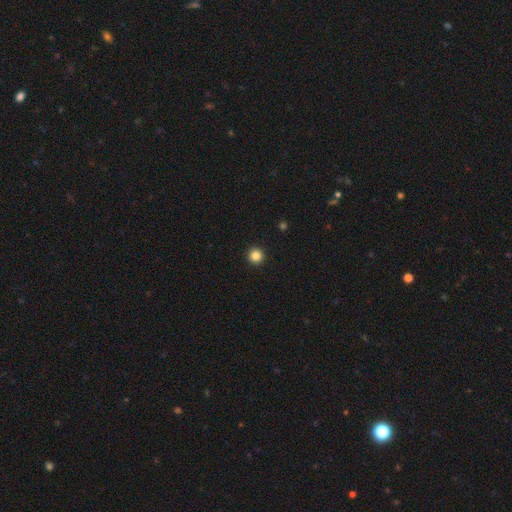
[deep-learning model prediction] smooth-or-featured: smooth: 85% | star or artifact: 12% | featured or disk: 4%
  how-rounded: round: 97% | in between: 2% | cigar-shaped: 1%
  merging: none: 94% | minor disturbance: 3% | major disturbance: 1% | merger: 1%